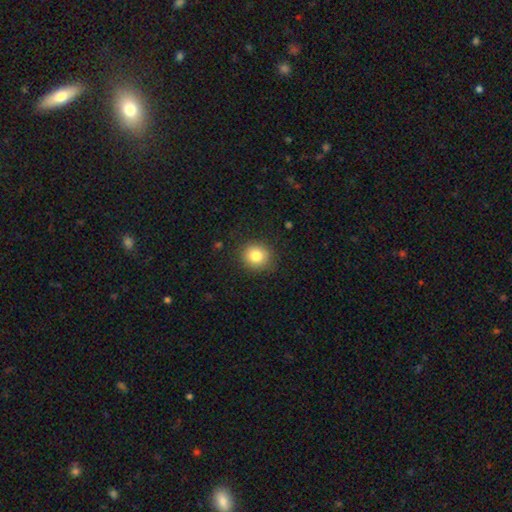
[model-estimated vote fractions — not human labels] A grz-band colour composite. It shows a smooth galaxy with no disk features (83%) that is round (87%). Merging: none (87%).